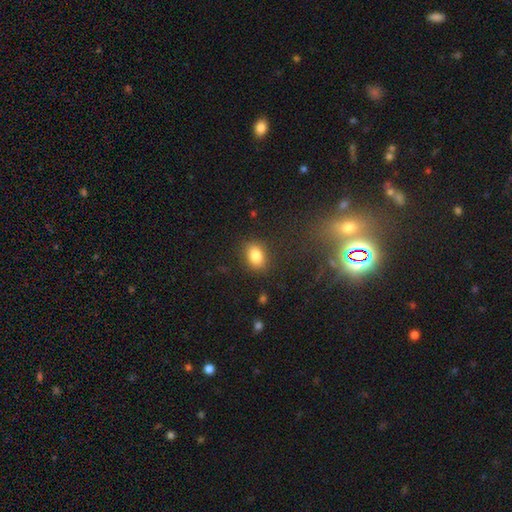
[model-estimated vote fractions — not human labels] Overall: smooth (84%). How rounded: in between (78%). Merging: none (84%).